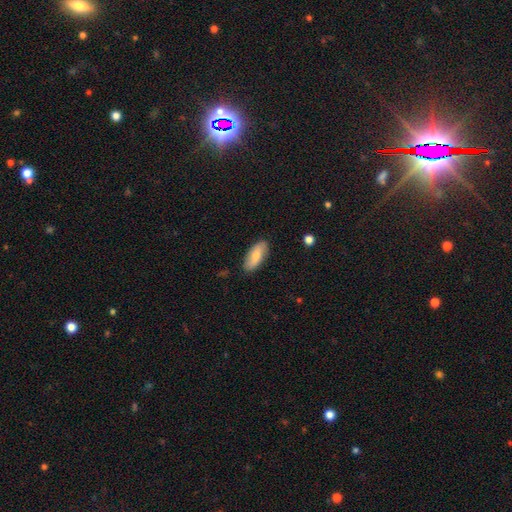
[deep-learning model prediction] This is likely a smooth galaxy (71%). How rounded: clearly in between (83%). Merging: clearly none (84%).